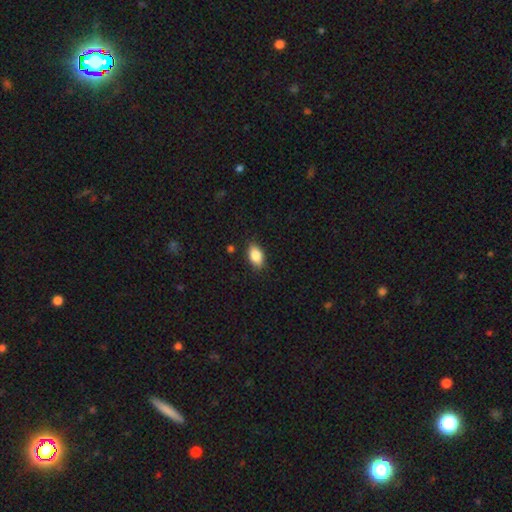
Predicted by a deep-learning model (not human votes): Overall: smooth (87%). How rounded: in between (89%). Merging: none (86%).